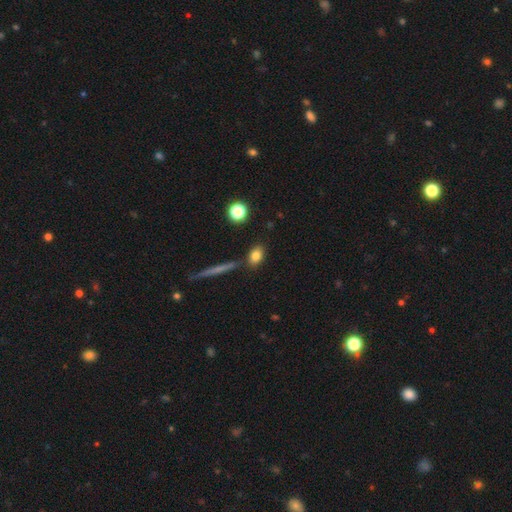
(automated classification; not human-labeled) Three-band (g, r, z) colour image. It shows a smooth galaxy with no disk features (81%) that is in between round and cigar-shaped (73%). Merging: none (79%).